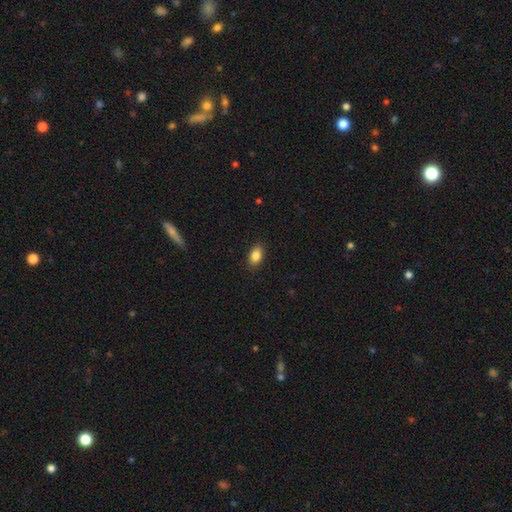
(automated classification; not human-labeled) smooth 86%, star or artifact 8%, featured or disk 6%. Down the decision tree: how rounded — in between (89%); merging — none (89%).